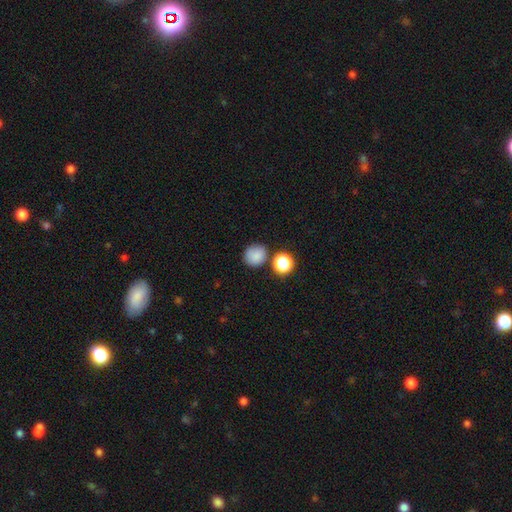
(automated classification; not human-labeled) A smooth galaxy with no disk features (83%) that is round (86%).

Vote fractions:
- Smooth or featured? smooth: 83% / star or artifact: 12% / featured or disk: 5%
- How rounded? round: 86% / in between: 13% / cigar-shaped: 1%
- Merging? none: 76% / minor disturbance: 11% / merger: 10% / major disturbance: 3%